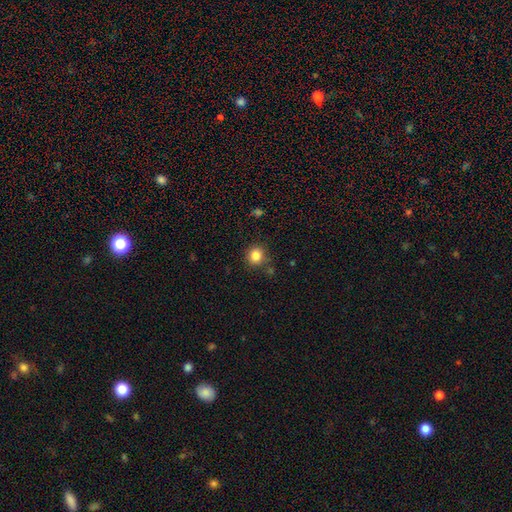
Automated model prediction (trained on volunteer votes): Smooth or featured? Predicted: smooth (p=0.84). How rounded? Predicted: round (p=0.88). Merging? Predicted: none (p=0.83).